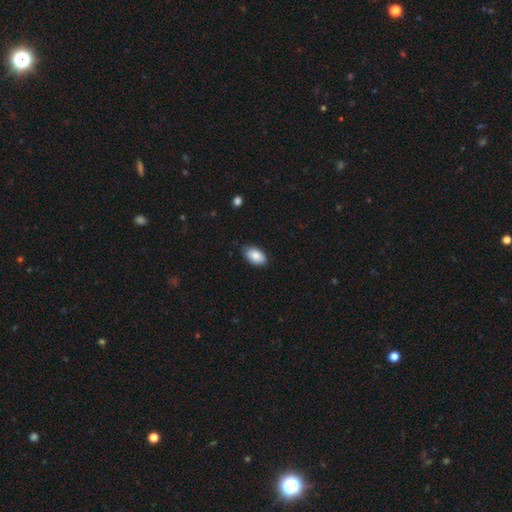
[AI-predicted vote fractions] A smooth galaxy with no disk features (84%) that is in between round and cigar-shaped (93%).

Vote fractions:
- Smooth or featured? smooth: 84% / featured or disk: 9% / star or artifact: 7%
- How rounded? in between: 93% / round: 6% / cigar-shaped: 1%
- Merging? none: 80% / minor disturbance: 16% / major disturbance: 2% / merger: 1%